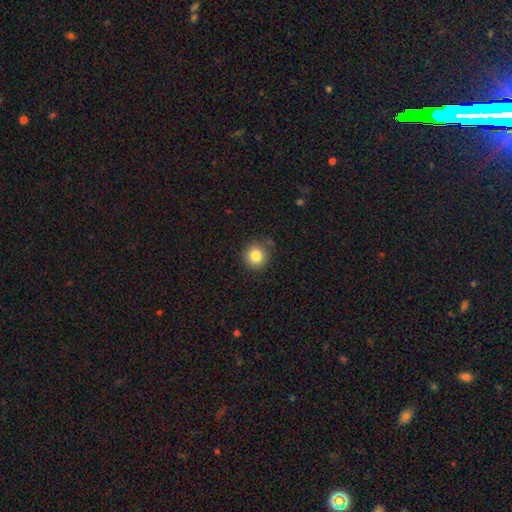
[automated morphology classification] smooth 83%, star or artifact 10%, featured or disk 7%. Down the decision tree: how rounded — round (92%); merging — none (81%).